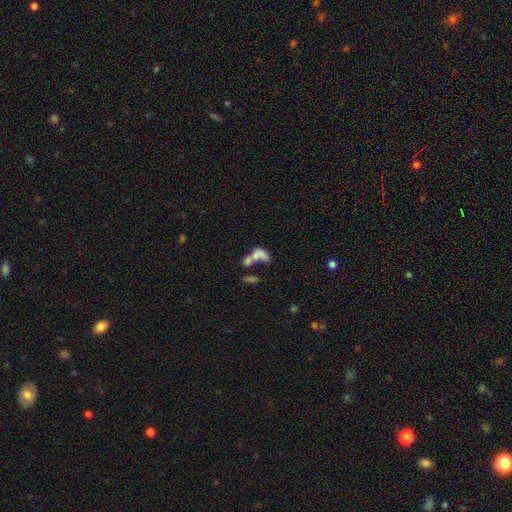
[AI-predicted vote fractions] smooth 61%, featured or disk 27%, star or artifact 12%. Down the decision tree: how rounded — in between (81%); merging — merger (62%).